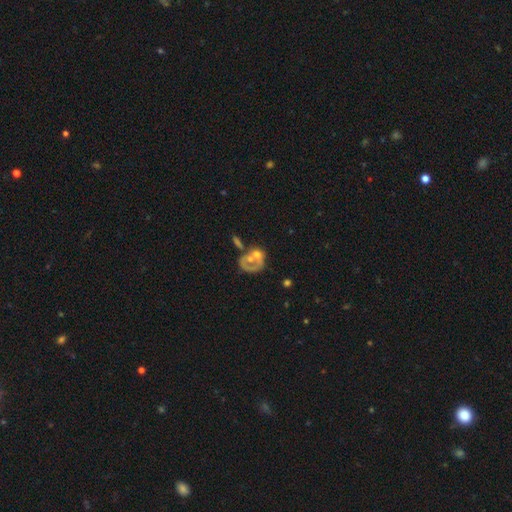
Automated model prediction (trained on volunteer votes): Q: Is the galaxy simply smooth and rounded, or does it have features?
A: featured or disk — 54%.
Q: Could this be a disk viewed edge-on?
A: no — 97%.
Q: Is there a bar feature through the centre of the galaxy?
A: no — 89%.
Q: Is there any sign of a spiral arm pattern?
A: no — 78%.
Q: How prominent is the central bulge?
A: moderate — 46%.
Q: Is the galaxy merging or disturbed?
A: merger — 35%.